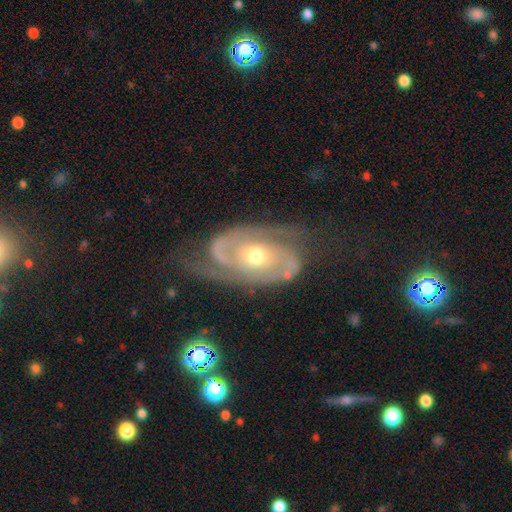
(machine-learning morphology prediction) This is clearly a featured or disk galaxy (89%). It is clearly not viewed edge-on (96%). Bar: likely no (70%). Spiral arm pattern: clearly yes (96%). Spiral arm count: clearly 2 (89%). Spiral winding: marginally medium (43%). Central bulge: likely moderate (60%). Merging: likely none (67%).